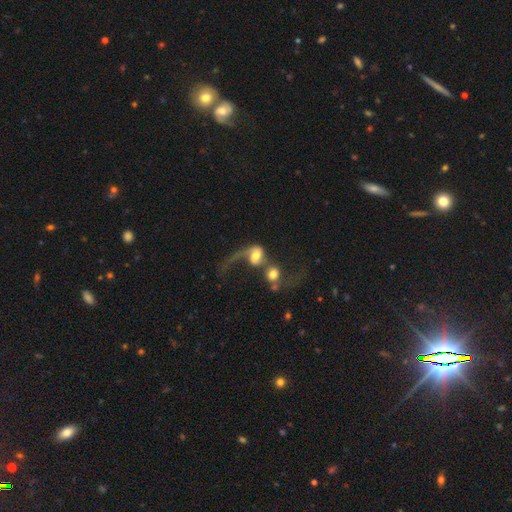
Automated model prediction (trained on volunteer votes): Smooth or featured?
  - featured or disk: 49% *
  - smooth: 41%
  - star or artifact: 9%
Merging?
  - merger: 65% *
  - major disturbance: 19%
  - none: 11%
  - minor disturbance: 5%